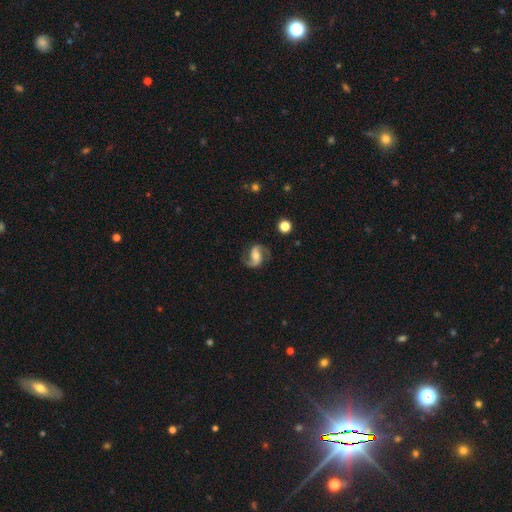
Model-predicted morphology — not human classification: smooth_or_featured: featured or disk (p=0.87) [alt: smooth p=0.07]
disk_edge_on: no (p=0.98) [alt: yes p=0.02]
bar: weak (p=0.39) [alt: strong p=0.32]
has_spiral_arms: yes (p=0.97) [alt: no p=0.03]
spiral_winding: medium (p=0.49) [alt: loose p=0.39]
spiral_arm_count: 2 (p=0.93) [alt: 1 p=0.02]
bulge_size: moderate (p=0.53) [alt: small p=0.32]
merging: none (p=0.82) [alt: minor disturbance p=0.11]